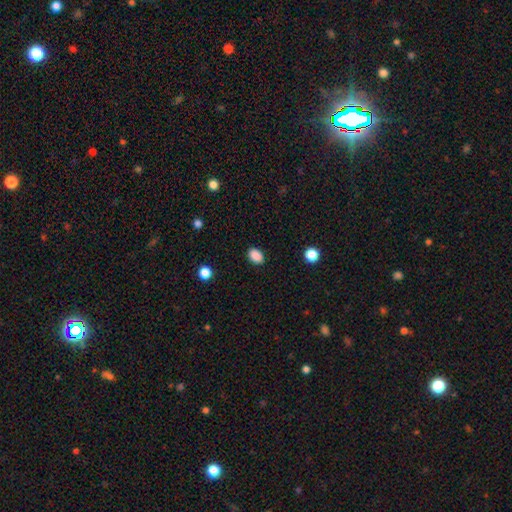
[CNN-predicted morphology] Q: Smooth or featured?
A: smooth (89%); runner-up: star or artifact (9%)
Q: How rounded?
A: in between (77%); runner-up: round (22%)
Q: Merging?
A: none (89%); runner-up: minor disturbance (8%)